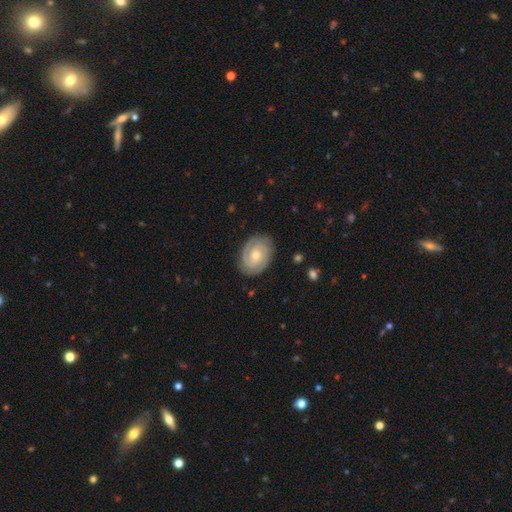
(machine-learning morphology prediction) This is clearly a featured or disk galaxy (84%). It is clearly not viewed edge-on (97%). Bar: likely no (71%). Spiral arm pattern: clearly yes (96%). Spiral arm count: likely 2 (63%). Spiral winding: likely tight (74%). Central bulge: possibly small (49%). Merging: clearly none (84%).